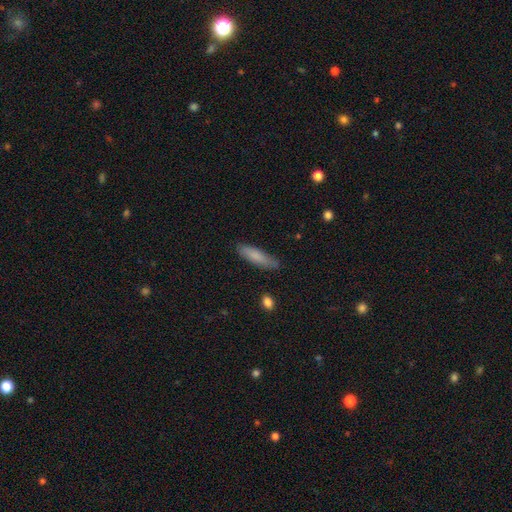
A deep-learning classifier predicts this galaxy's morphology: This appears to be a smooth galaxy with no disk features (80%) that is cigar-shaped (70%). Merging: none (82%).